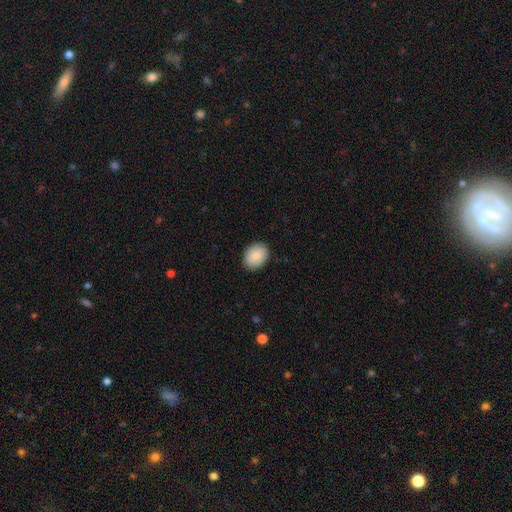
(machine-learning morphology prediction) Smooth or featured? smooth (86%)
How rounded? in between (68%)
Merging? none (88%)